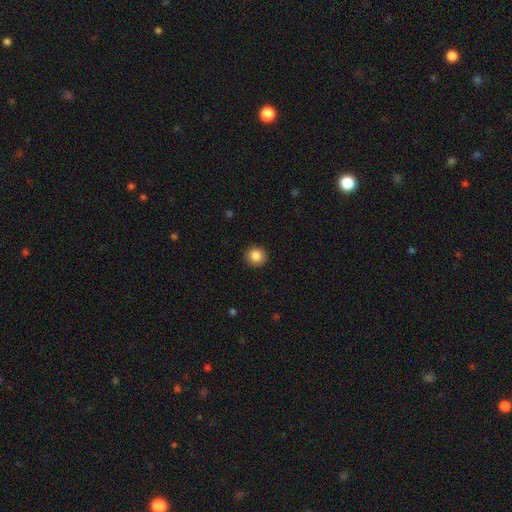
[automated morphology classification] smooth_or_featured: smooth (p=0.86) [alt: star or artifact p=0.09]
how_rounded: round (p=0.91) [alt: in between p=0.08]
merging: none (p=0.92) [alt: minor disturbance p=0.06]